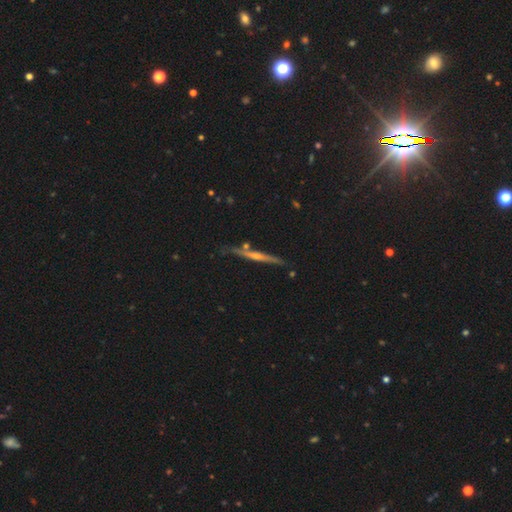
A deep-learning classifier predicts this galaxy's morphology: A featured or disk galaxy (64%) viewed edge-on (90%) with a rounded central bulge (66%).

Vote fractions:
- Smooth or featured? featured or disk: 64% / star or artifact: 20% / smooth: 17%
- Edge-on disk? yes: 90% / no: 10%
- Edge-on bulge? rounded: 66% / none: 23% / boxy: 12%
- Merging? none: 72% / minor disturbance: 17% / major disturbance: 6% / merger: 5%